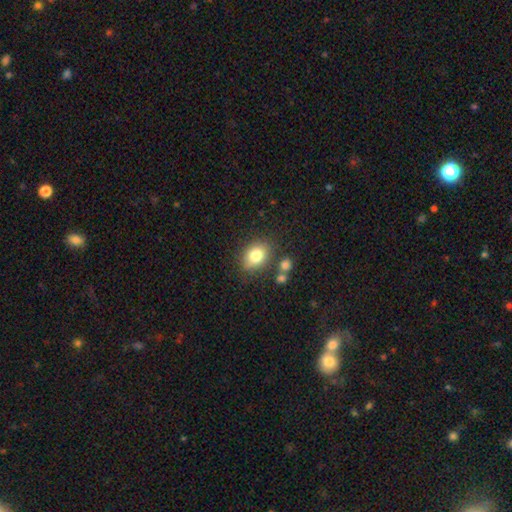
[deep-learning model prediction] Smooth or featured: smooth — 81% (featured or disk — 10%)
How rounded: in between — 65% (round — 34%)
Merging: none — 75% (minor disturbance — 14%)